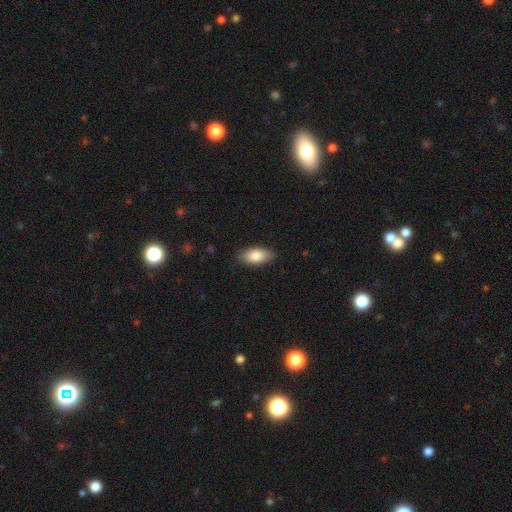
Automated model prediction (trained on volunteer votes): Smooth or featured: smooth — 84% (featured or disk — 9%)
How rounded: in between — 90% (cigar-shaped — 7%)
Merging: none — 86% (minor disturbance — 11%)